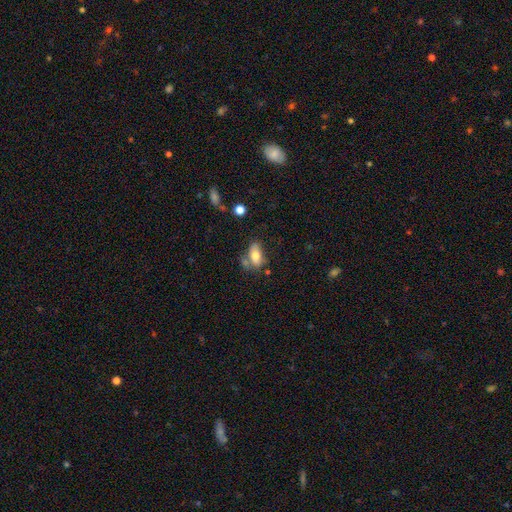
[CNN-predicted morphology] smooth 73%, featured or disk 19%, star or artifact 8%. Down the decision tree: how rounded — in between (87%); merging — none (52%).